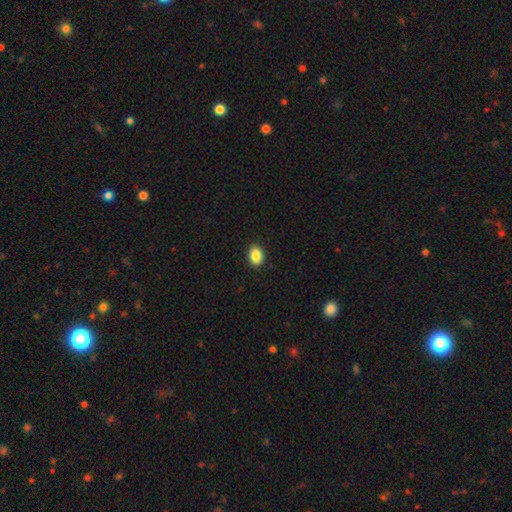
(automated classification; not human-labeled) A smooth galaxy with no disk features (88%) that is in between round and cigar-shaped (76%).

Vote fractions:
- Smooth or featured? smooth: 88% / star or artifact: 8% / featured or disk: 4%
- How rounded? in between: 76% / round: 23% / cigar-shaped: 1%
- Merging? none: 90% / minor disturbance: 7% / major disturbance: 2% / merger: 1%